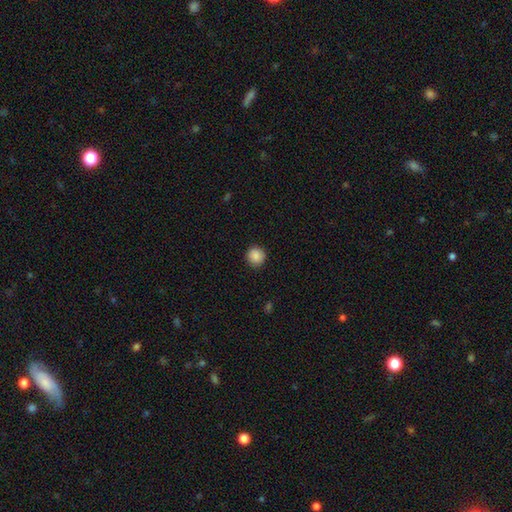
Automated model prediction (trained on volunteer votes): A smooth galaxy with no disk features (88%) that is round (93%).

Vote fractions:
- Smooth or featured? smooth: 88% / star or artifact: 9% / featured or disk: 3%
- How rounded? round: 93% / in between: 6% / cigar-shaped: 1%
- Merging? none: 90% / minor disturbance: 7% / major disturbance: 2% / merger: 1%